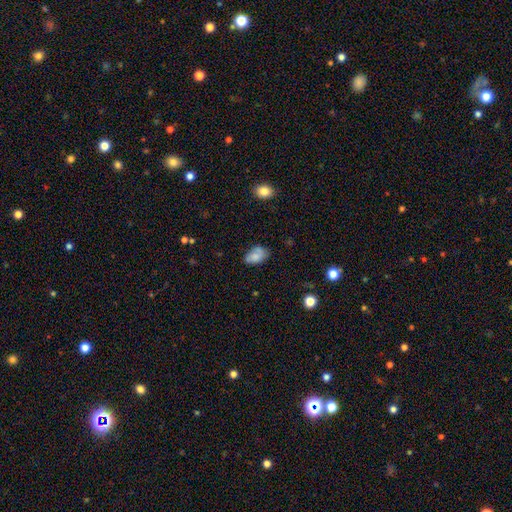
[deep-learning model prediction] Overall: smooth (72%). How rounded: in between (90%). Merging: none (60%; minor disturbance 28%).